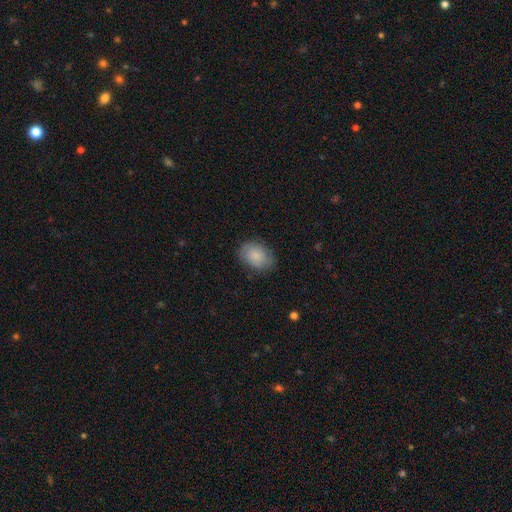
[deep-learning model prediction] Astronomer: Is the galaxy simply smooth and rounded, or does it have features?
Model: smooth — 80%.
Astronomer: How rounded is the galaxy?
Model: in between — 76%.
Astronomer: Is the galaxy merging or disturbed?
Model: none — 78%.